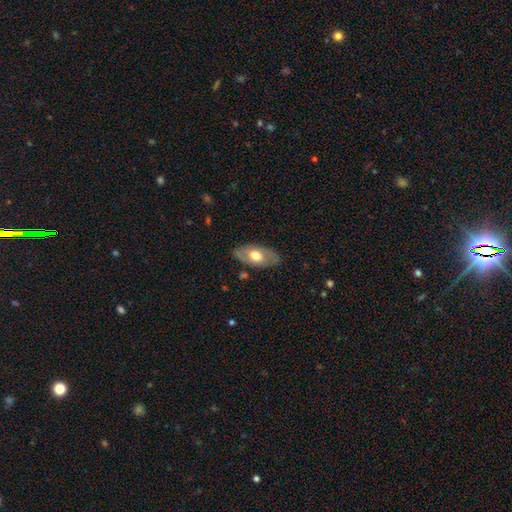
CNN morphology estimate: Overall: smooth (54%; featured or disk 41%). How rounded: in between (92%). Merging: none (81%).